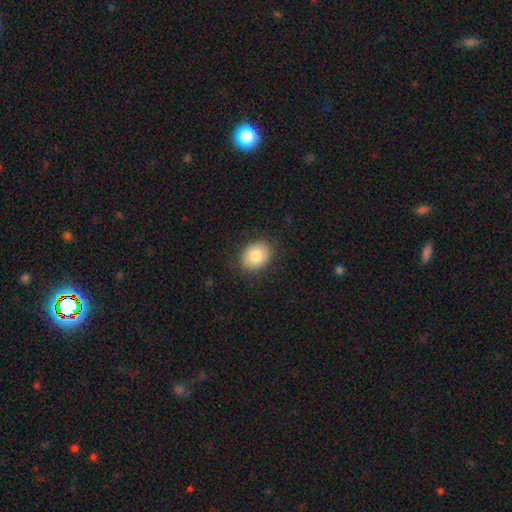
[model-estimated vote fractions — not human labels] Smooth or featured? Predicted: smooth (p=0.83). How rounded? Predicted: in between (p=0.53). Merging? Predicted: none (p=0.87).